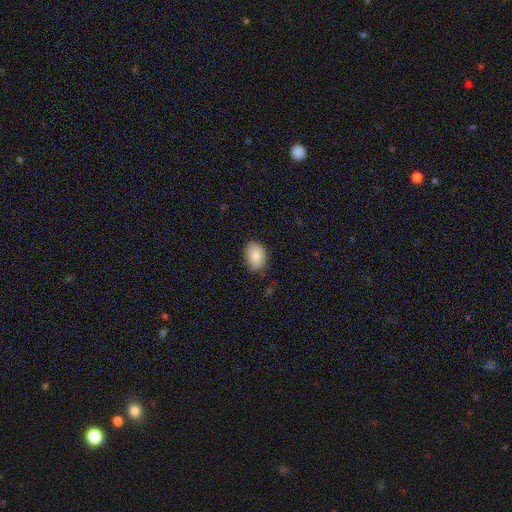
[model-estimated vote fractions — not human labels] A smooth galaxy with no disk features (87%) that is in between round and cigar-shaped (82%).

Vote fractions:
- Smooth or featured? smooth: 87% / star or artifact: 7% / featured or disk: 6%
- How rounded? in between: 82% / round: 17% / cigar-shaped: 1%
- Merging? none: 81% / minor disturbance: 15% / major disturbance: 3% / merger: 1%